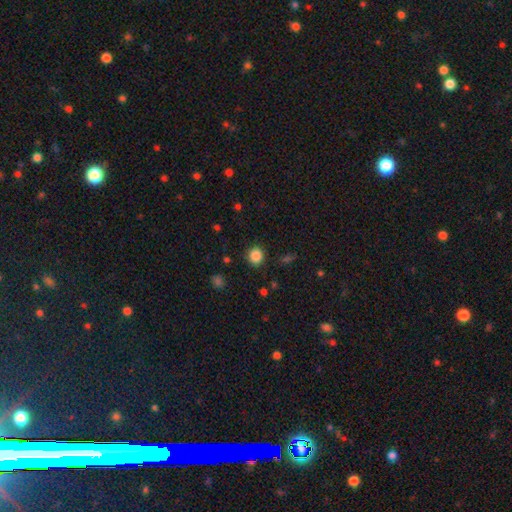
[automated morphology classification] Smooth or featured? Predicted: smooth (p=0.86). How rounded? Predicted: round (p=0.84). Merging? Predicted: none (p=0.88).